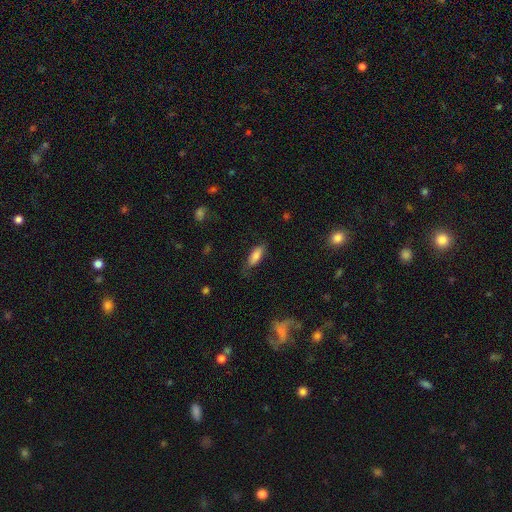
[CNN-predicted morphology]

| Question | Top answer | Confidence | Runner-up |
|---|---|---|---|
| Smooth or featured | smooth | 81% | featured or disk (12%) |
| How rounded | in between | 74% | cigar-shaped (24%) |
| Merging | none | 72% | minor disturbance (21%) |